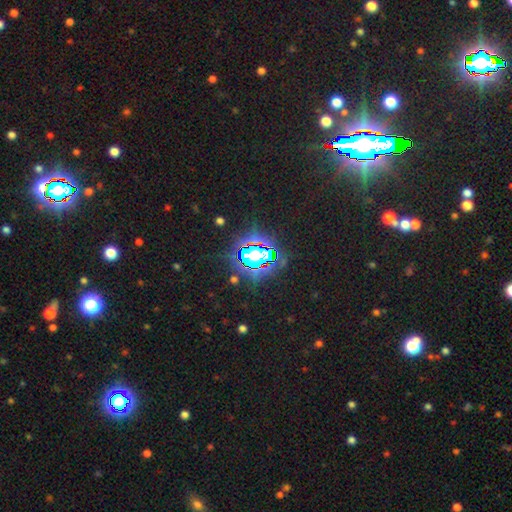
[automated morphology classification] The model was most divided on "smooth or featured": star or artifact: 75%, smooth: 14%, featured or disk: 11%.